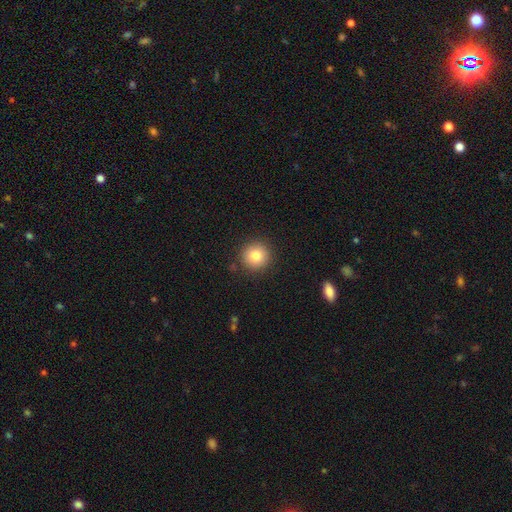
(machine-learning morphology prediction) Q: Smooth or featured?
A: smooth (80%); runner-up: star or artifact (11%)
Q: How rounded?
A: round (94%); runner-up: in between (5%)
Q: Merging?
A: none (90%); runner-up: minor disturbance (7%)